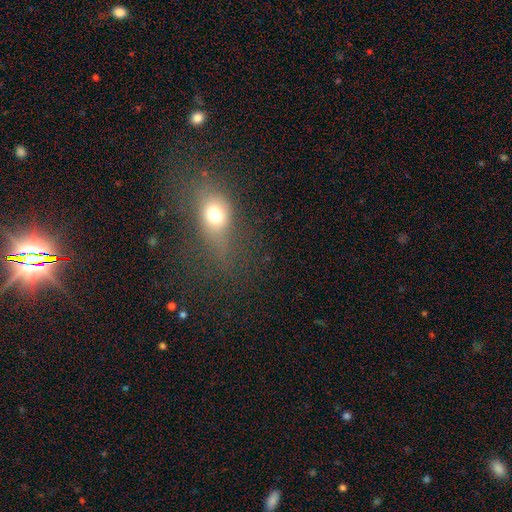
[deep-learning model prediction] The model was most divided on "smooth or featured": smooth: 45%, star or artifact: 32%, featured or disk: 24%. More confident: merging — none (72%).